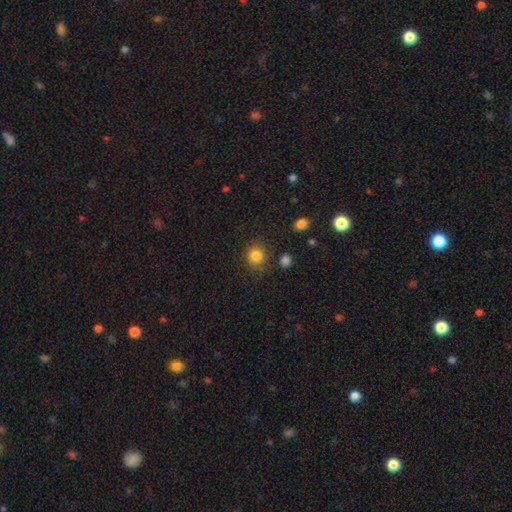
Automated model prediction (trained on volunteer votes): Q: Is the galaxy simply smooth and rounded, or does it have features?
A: smooth — 84%.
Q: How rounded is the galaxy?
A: round — 85%.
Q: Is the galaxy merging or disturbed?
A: none — 79%.